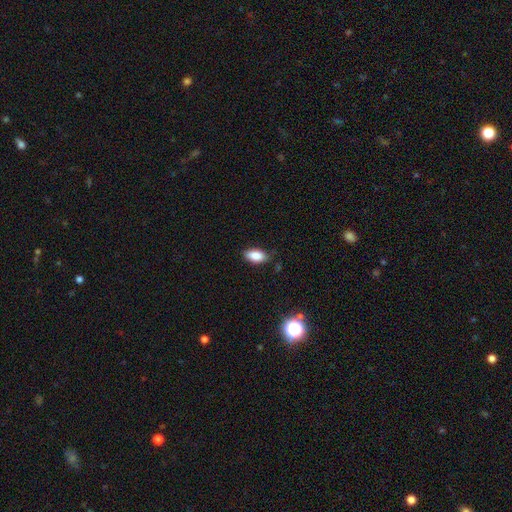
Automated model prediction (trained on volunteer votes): This is clearly a smooth galaxy (85%). How rounded: clearly in between (90%). Merging: clearly none (81%).